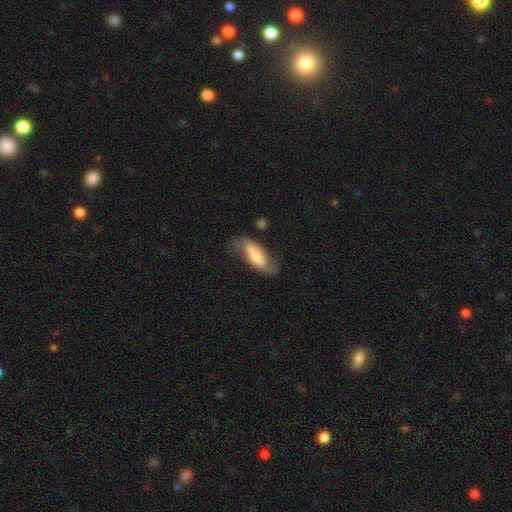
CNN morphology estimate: Smooth or featured? featured or disk (48%)
Merging? none (56%)